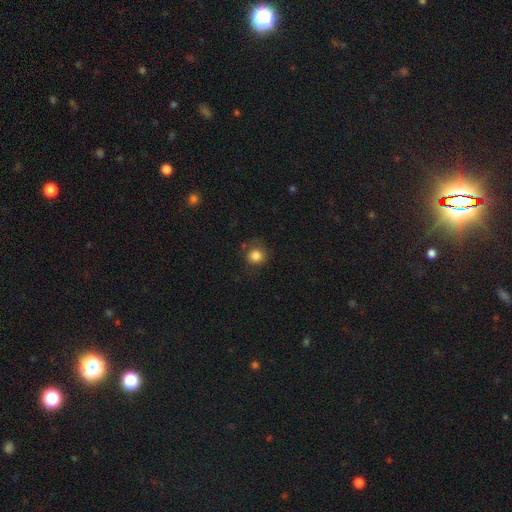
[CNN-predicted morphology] A smooth galaxy with no disk features (83%) that is round (89%).

Vote fractions:
- Smooth or featured? smooth: 83% / star or artifact: 11% / featured or disk: 6%
- How rounded? round: 89% / in between: 10% / cigar-shaped: 1%
- Merging? none: 75% / minor disturbance: 17% / major disturbance: 6% / merger: 2%